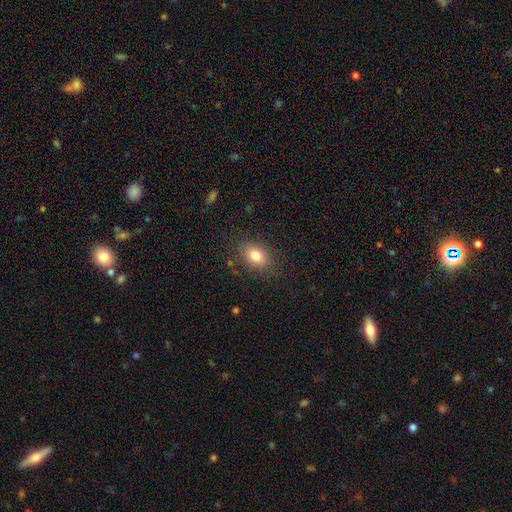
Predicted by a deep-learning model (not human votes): The model was most divided on "how rounded": in between: 79%, round: 19%, cigar-shaped: 2%. More confident: merging — none (83%); smooth or featured — smooth (81%).